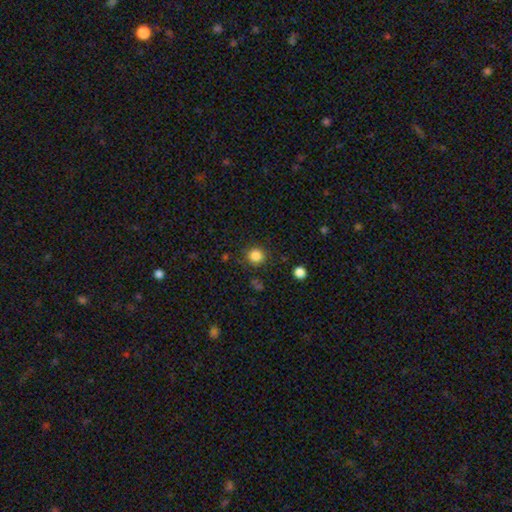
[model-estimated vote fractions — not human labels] A smooth galaxy with no disk features (85%) that is round (92%). Merging: none (86%).